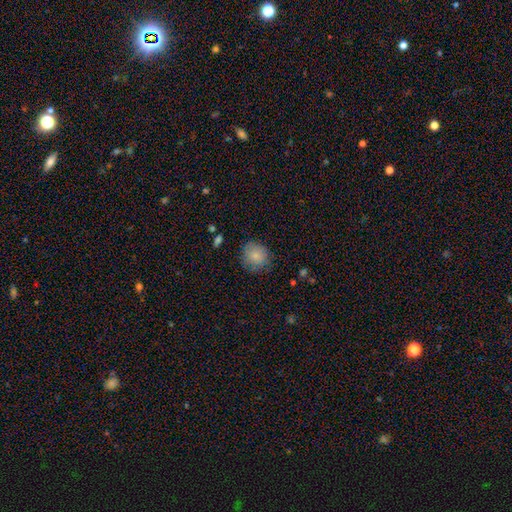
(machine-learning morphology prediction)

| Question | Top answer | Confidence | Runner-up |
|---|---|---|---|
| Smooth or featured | smooth | 82% | featured or disk (10%) |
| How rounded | round | 80% | in between (19%) |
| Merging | none | 76% | minor disturbance (18%) |